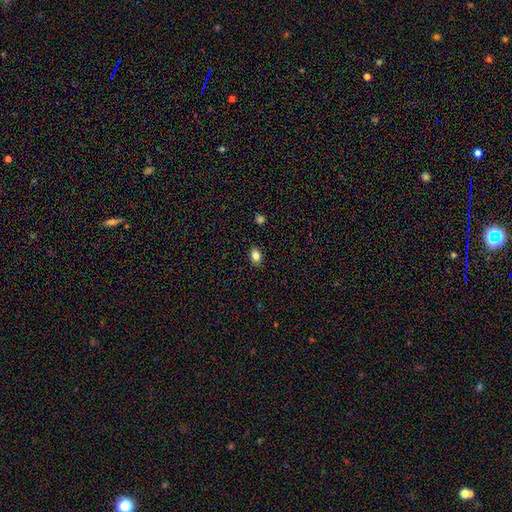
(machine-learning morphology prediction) type=smooth (84%); roundness=in between (70%); merging=none (89%).